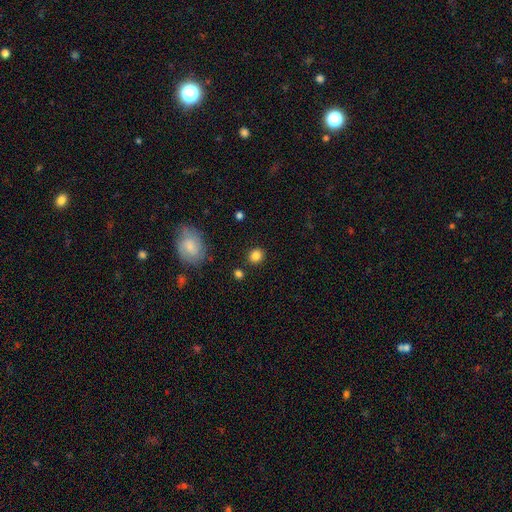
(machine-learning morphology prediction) Smooth or featured?
  - smooth: 83% *
  - star or artifact: 10%
  - featured or disk: 7%
How rounded?
  - round: 83% *
  - in between: 16%
  - cigar-shaped: 1%
Merging?
  - none: 86% *
  - minor disturbance: 8%
  - merger: 4%
  - major disturbance: 3%